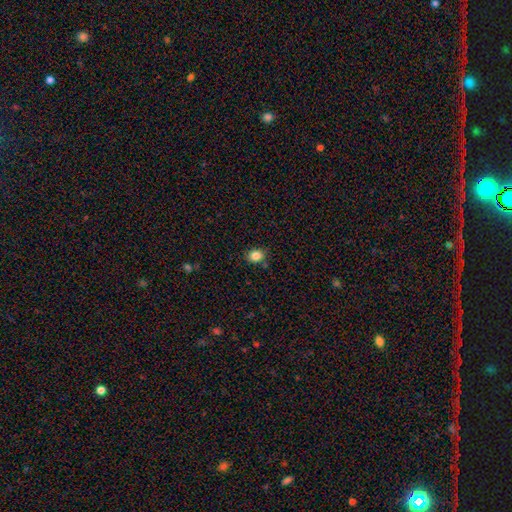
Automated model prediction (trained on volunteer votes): This appears to be a smooth galaxy with no disk features (85%) that is round (50%). Merging: none (83%).